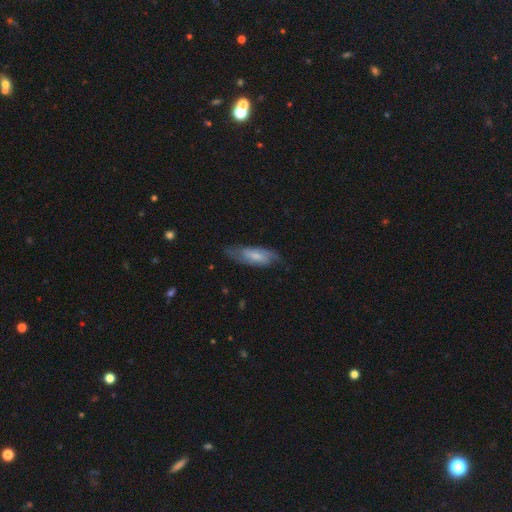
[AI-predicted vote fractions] Smooth or featured? featured or disk (57%)
Edge-on disk? no (85%)
Merging? none (67%)